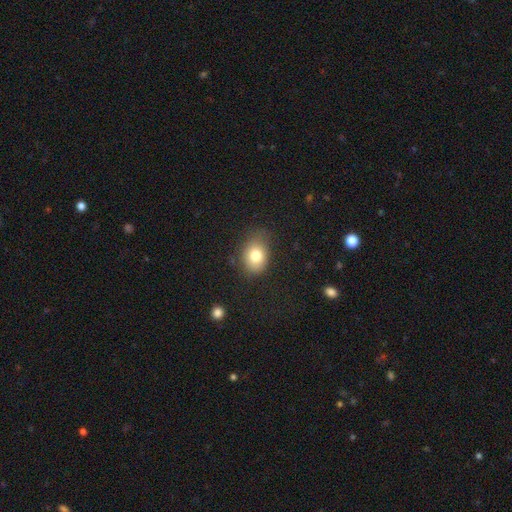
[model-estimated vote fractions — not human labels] smooth 78%, featured or disk 12%, star or artifact 10%. Down the decision tree: how rounded — in between (65%); merging — none (68%).